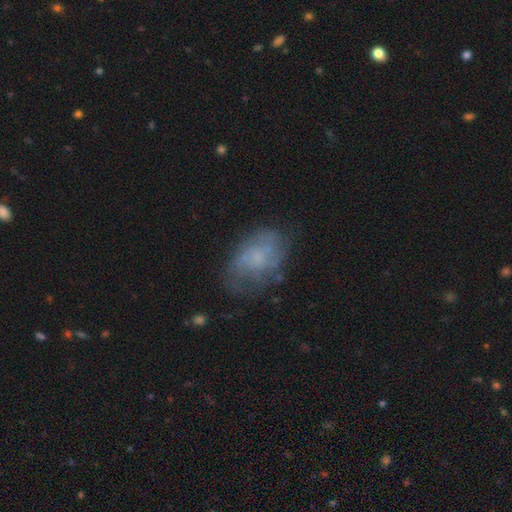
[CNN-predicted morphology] smooth-or-featured: smooth: 47% | featured or disk: 41% | star or artifact: 12%
  merging: none: 64% | minor disturbance: 23% | major disturbance: 11% | merger: 2%